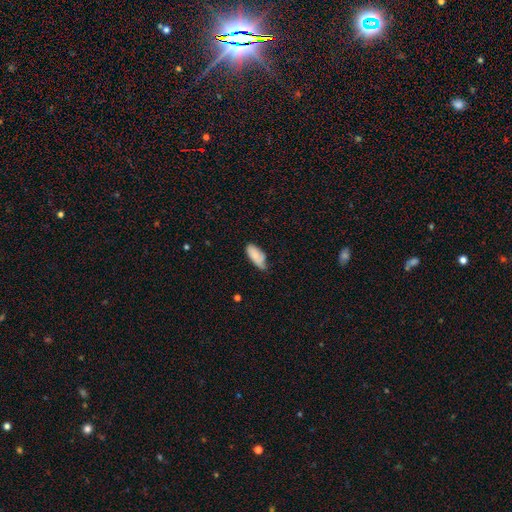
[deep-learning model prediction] The model was most divided on "merging": none: 50%, minor disturbance: 39%, major disturbance: 8%, merger: 2%. More confident: how rounded — in between (88%); smooth or featured — smooth (77%).